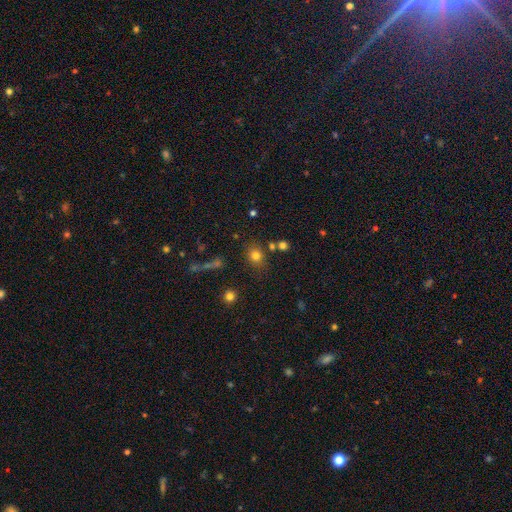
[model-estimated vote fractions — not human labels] This appears to be a smooth galaxy with no disk features (76%) that is round (72%). Merging: none (77%).